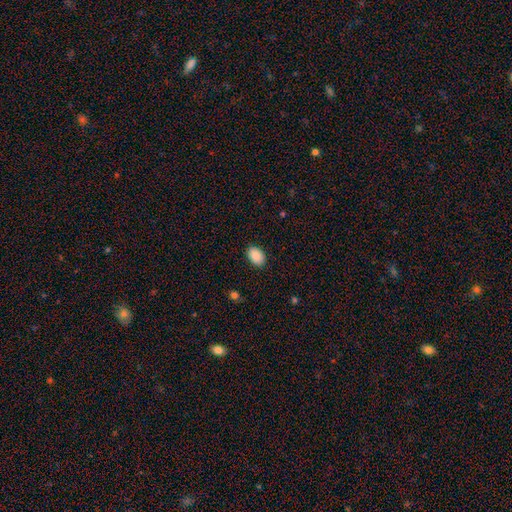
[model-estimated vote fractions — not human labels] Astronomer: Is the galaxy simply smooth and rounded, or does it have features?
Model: smooth — 90%.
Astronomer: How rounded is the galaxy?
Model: in between — 87%.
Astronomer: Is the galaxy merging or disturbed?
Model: none — 88%.